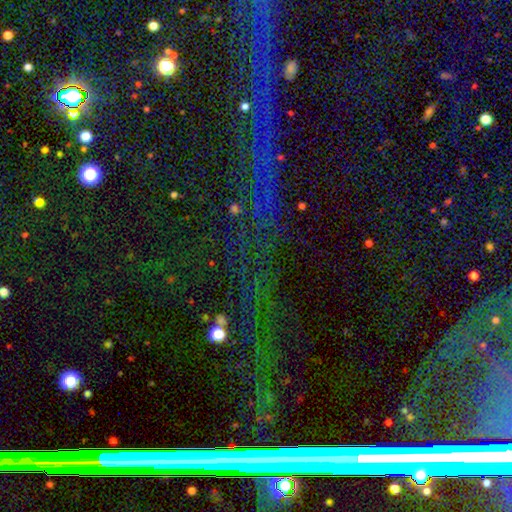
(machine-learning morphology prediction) Q: Smooth or featured?
A: star or artifact (72%); runner-up: featured or disk (16%)